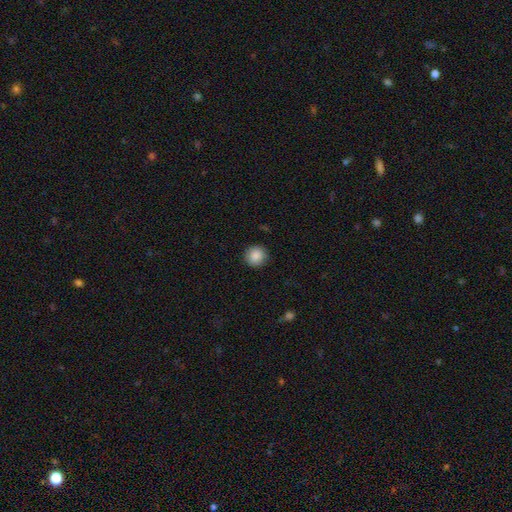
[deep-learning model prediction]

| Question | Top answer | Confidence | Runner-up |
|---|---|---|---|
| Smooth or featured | smooth | 88% | star or artifact (8%) |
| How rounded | round | 93% | in between (6%) |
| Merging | none | 90% | minor disturbance (7%) |